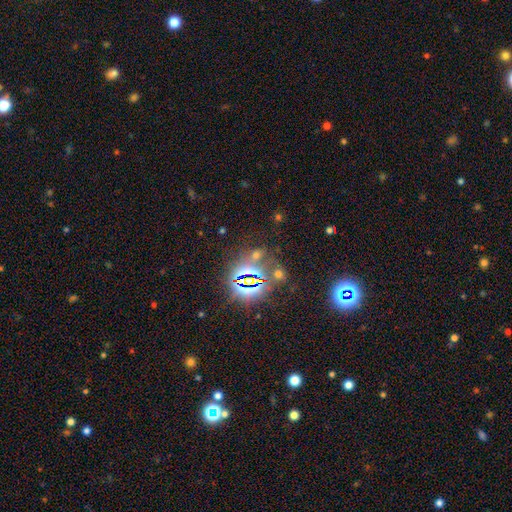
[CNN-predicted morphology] A star or artifact, not a galaxy (62%).

Vote fractions:
- Smooth or featured? star or artifact: 62% / smooth: 29% / featured or disk: 9%